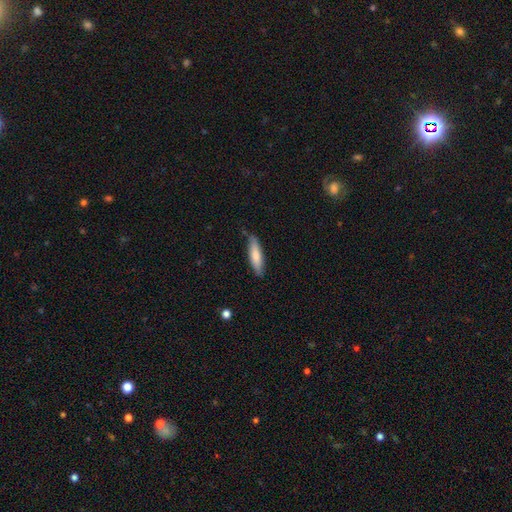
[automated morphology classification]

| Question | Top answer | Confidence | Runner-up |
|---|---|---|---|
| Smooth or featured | smooth | 79% | featured or disk (16%) |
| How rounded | cigar-shaped | 67% | in between (32%) |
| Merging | none | 80% | minor disturbance (16%) |